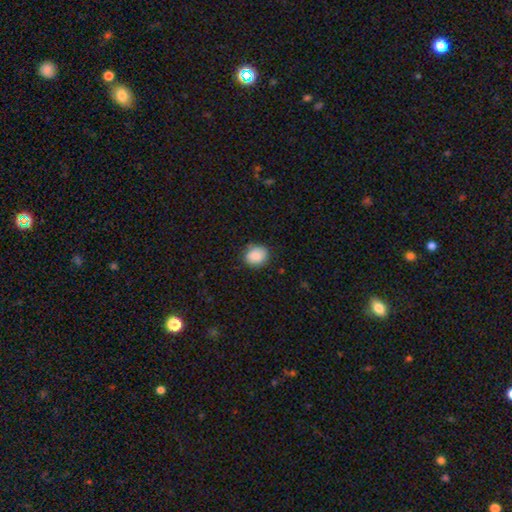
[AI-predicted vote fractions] Smooth or featured: smooth — 87% (star or artifact — 8%)
How rounded: round — 65% (in between — 34%)
Merging: none — 80% (minor disturbance — 16%)